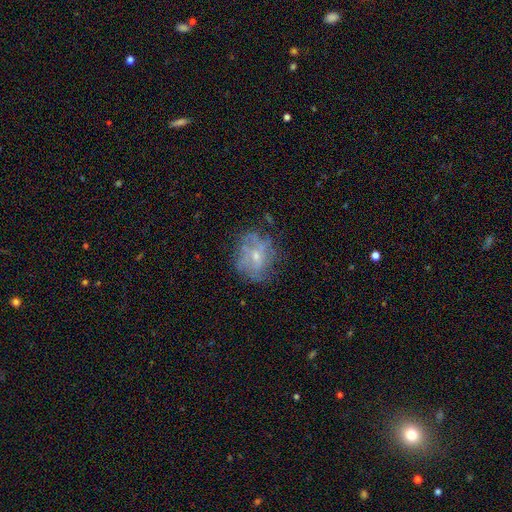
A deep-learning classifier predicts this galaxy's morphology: Smooth or featured? Predicted: featured or disk (p=0.57). Edge-on disk? Predicted: no (p=0.97). Bar? Predicted: no (p=0.67). Spiral arms? Predicted: no (p=0.55). Bulge size? Predicted: small (p=0.60). Merging? Predicted: none (p=0.62).